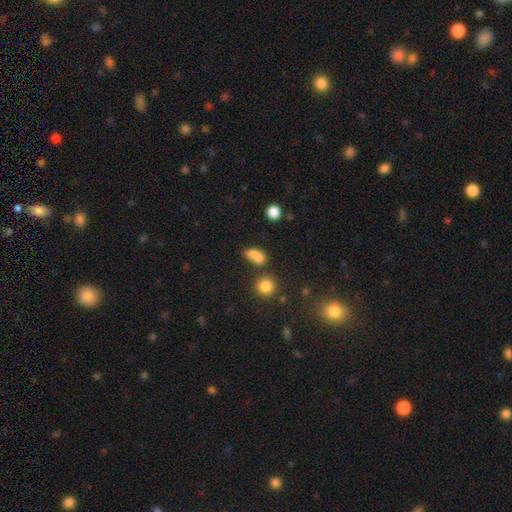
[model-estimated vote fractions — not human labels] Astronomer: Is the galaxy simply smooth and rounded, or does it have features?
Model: smooth — 75%.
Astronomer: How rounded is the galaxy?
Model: in between — 66%.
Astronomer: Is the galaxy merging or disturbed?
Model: merger — 49% (runner-up: none, 33%).